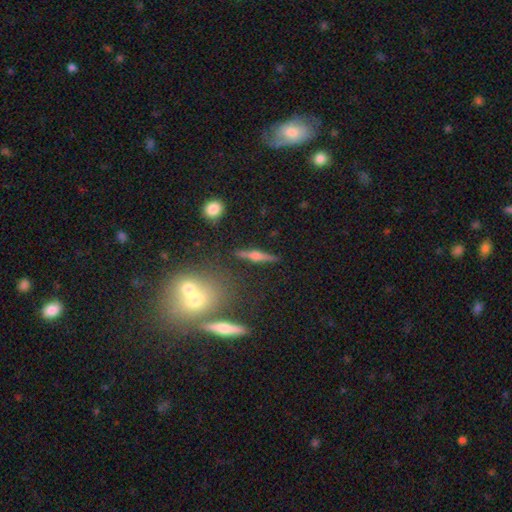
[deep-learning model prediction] Overall: featured or disk (69%). Edge-on disk: yes (95%). Edge-on bulge: rounded (89%). Merging: none (84%).